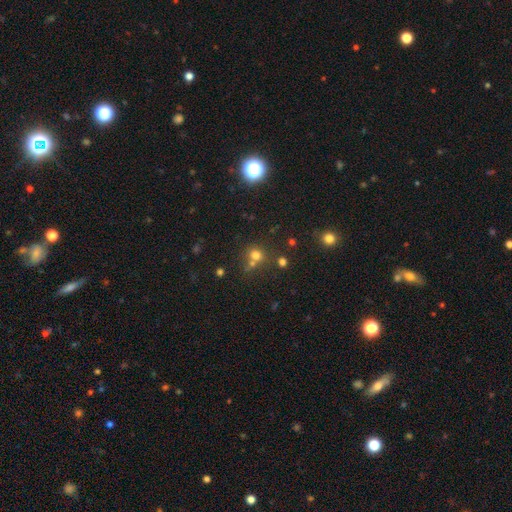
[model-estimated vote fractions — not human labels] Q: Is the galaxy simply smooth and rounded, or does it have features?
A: smooth — 69%.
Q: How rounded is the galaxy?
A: round — 80%.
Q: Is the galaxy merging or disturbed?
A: none — 56%.